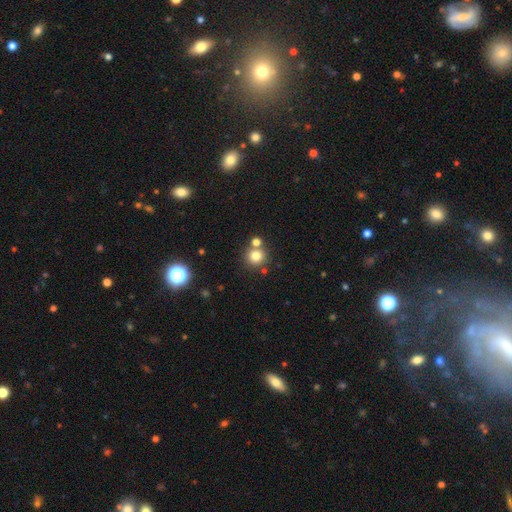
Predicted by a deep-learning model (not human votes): Smooth or featured? smooth (78%)
How rounded? round (91%)
Merging? none (69%)